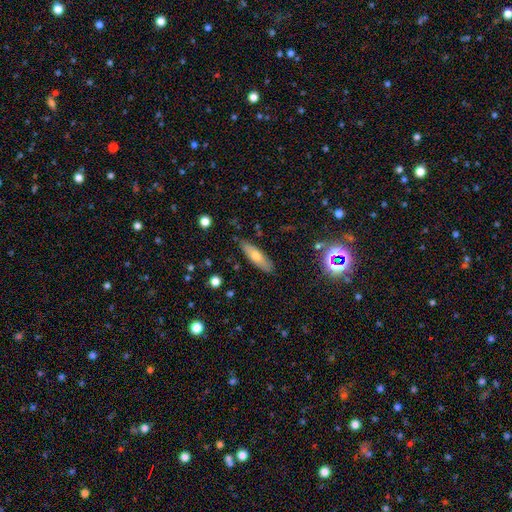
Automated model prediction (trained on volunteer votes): Morphology: type=smooth (59%); roundness=cigar-shaped (57%); merging=none (84%).